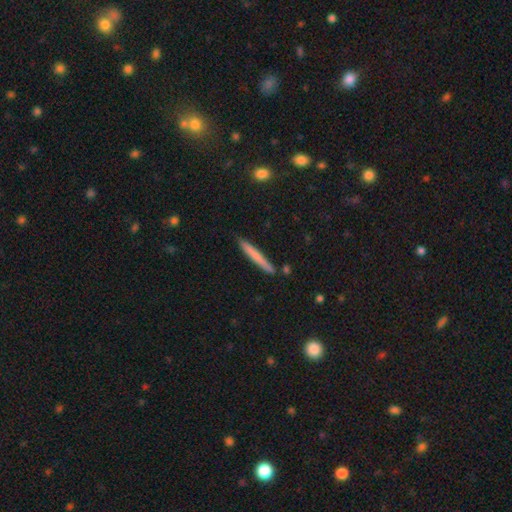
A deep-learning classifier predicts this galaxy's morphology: Smooth or featured? Predicted: smooth (p=0.66). How rounded? Predicted: cigar-shaped (p=0.96). Merging? Predicted: none (p=0.87).